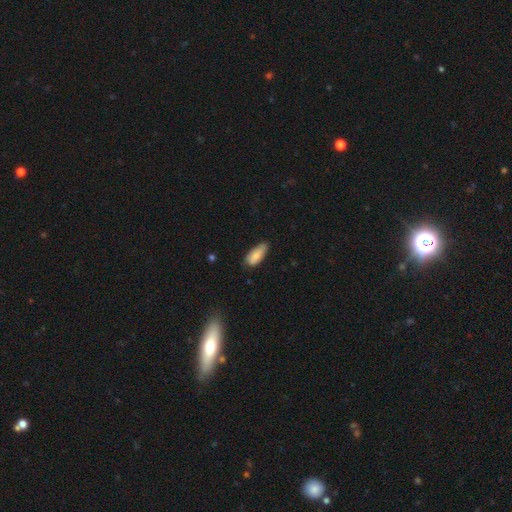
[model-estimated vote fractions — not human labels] smooth-or-featured: smooth: 81% | featured or disk: 12% | star or artifact: 6%
  how-rounded: in between: 85% | cigar-shaped: 13% | round: 2%
  merging: none: 64% | minor disturbance: 31% | major disturbance: 4% | merger: 1%